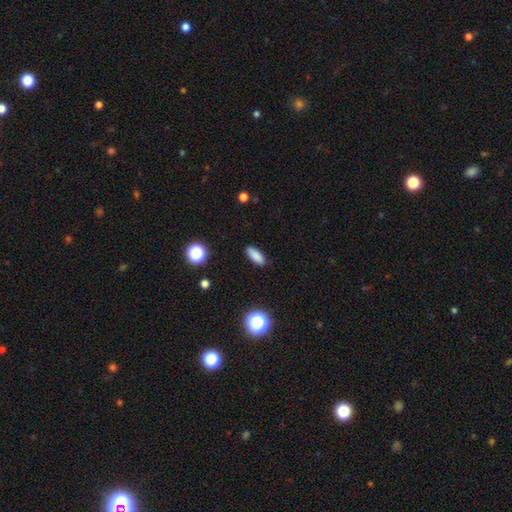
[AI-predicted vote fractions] smooth_or_featured: smooth (p=0.85) [alt: star or artifact p=0.10]
how_rounded: in between (p=0.66) [alt: cigar-shaped p=0.30]
merging: none (p=0.89) [alt: minor disturbance p=0.07]